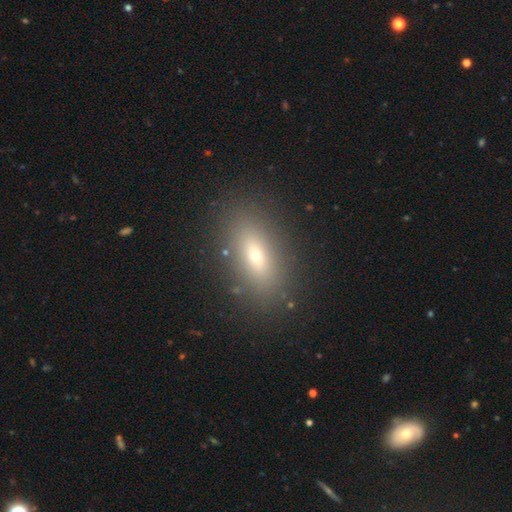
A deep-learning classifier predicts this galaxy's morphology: Smooth or featured? smooth (69%)
How rounded? in between (76%)
Merging? none (85%)